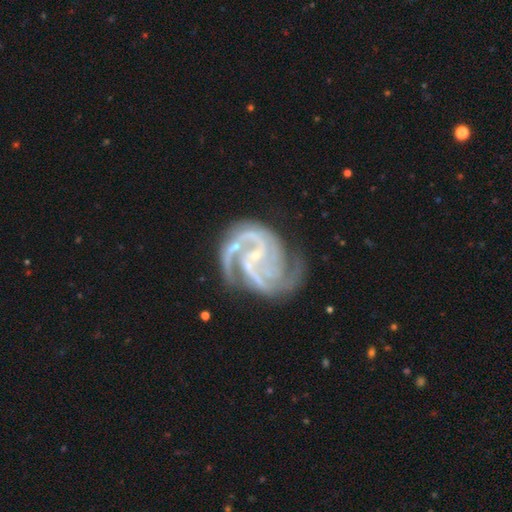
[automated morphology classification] This is clearly a featured or disk galaxy (92%). It is clearly not viewed edge-on (98%). Bar: marginally weak (39%, tied with no). Spiral arm pattern: clearly yes (98%). Spiral arm count: marginally 3 (40%). Spiral winding: possibly medium (56%). Central bulge: clearly small (82%). Merging: possibly none (57%).